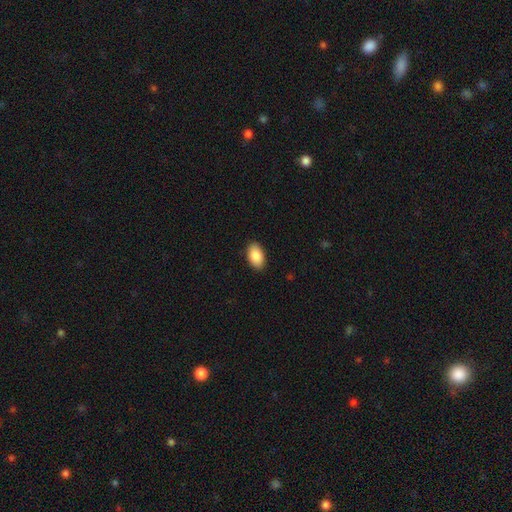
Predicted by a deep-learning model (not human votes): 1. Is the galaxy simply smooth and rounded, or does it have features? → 89% smooth, 6% star or artifact, 4% featured or disk.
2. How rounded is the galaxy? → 94% in between, 4% round, 1% cigar-shaped.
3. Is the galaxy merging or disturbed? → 89% none, 8% minor disturbance, 2% major disturbance, 1% merger.